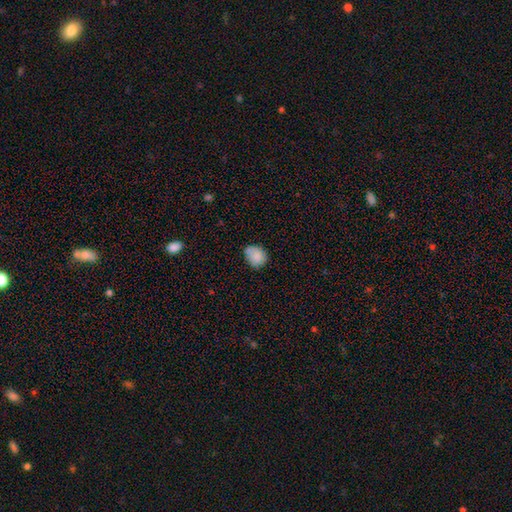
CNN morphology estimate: Q: Smooth or featured?
A: smooth (84%); runner-up: star or artifact (9%)
Q: How rounded?
A: round (56%); runner-up: in between (44%)
Q: Merging?
A: none (59%); runner-up: minor disturbance (31%)